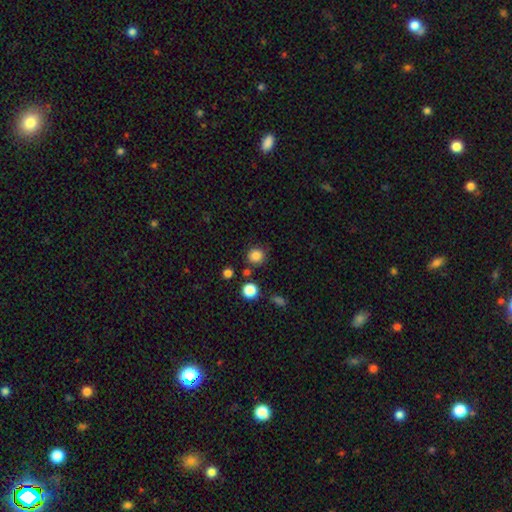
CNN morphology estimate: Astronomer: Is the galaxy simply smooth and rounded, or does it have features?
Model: smooth — 84%.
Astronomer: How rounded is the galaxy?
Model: round — 91%.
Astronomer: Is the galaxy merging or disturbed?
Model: none — 81%.